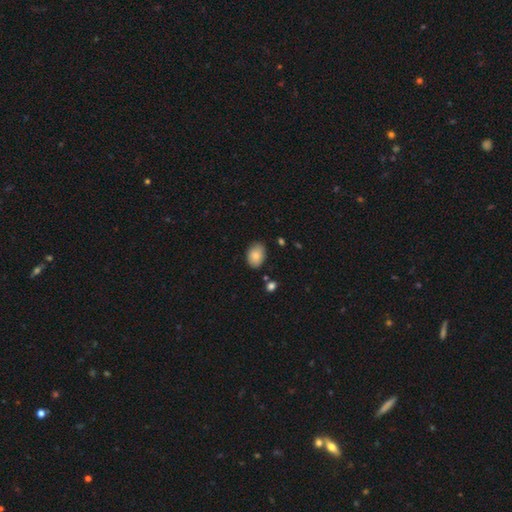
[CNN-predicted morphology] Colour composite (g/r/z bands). It shows a smooth galaxy with no disk features (82%) that is in between round and cigar-shaped (82%). Merging: none (78%).